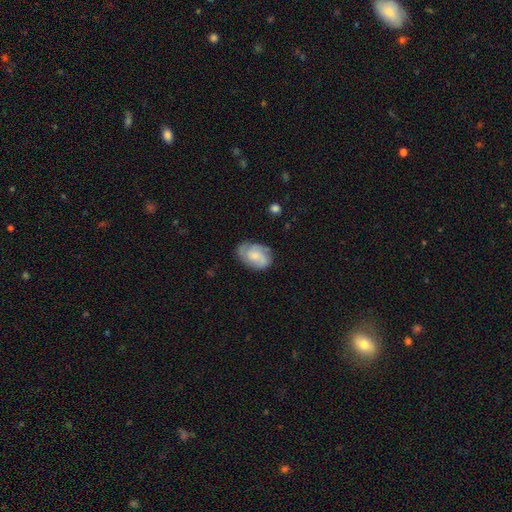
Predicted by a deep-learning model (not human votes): Q: Smooth or featured?
A: featured or disk (54%); runner-up: smooth (39%)
Q: Edge-on disk?
A: no (97%); runner-up: yes (3%)
Q: Bar?
A: no (69%); runner-up: weak (27%)
Q: Spiral arms?
A: yes (87%); runner-up: no (13%)
Q: Bulge size?
A: small (42%); runner-up: moderate (36%)
Q: Merging?
A: none (68%); runner-up: minor disturbance (23%)